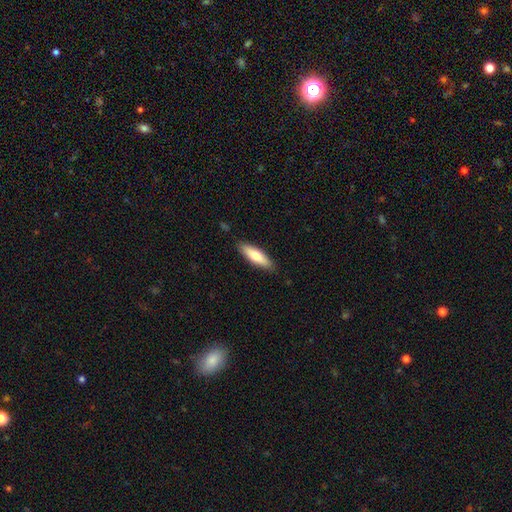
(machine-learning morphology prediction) Smooth or featured: smooth — 70% (featured or disk — 25%)
How rounded: cigar-shaped — 57% (in between — 41%)
Merging: none — 87% (minor disturbance — 10%)